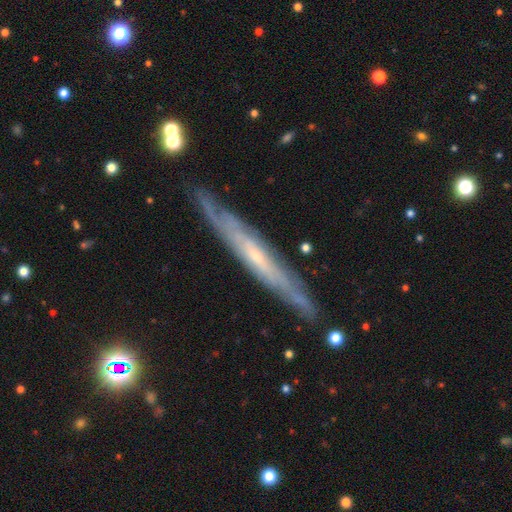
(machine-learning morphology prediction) A featured or disk galaxy (74%) viewed edge-on (79%) with no central bulge (61%).

Vote fractions:
- Smooth or featured? featured or disk: 74% / smooth: 19% / star or artifact: 7%
- Edge-on disk? yes: 79% / no: 21%
- Edge-on bulge? none: 61% / rounded: 35% / boxy: 5%
- Merging? none: 83% / minor disturbance: 13% / major disturbance: 2% / merger: 2%